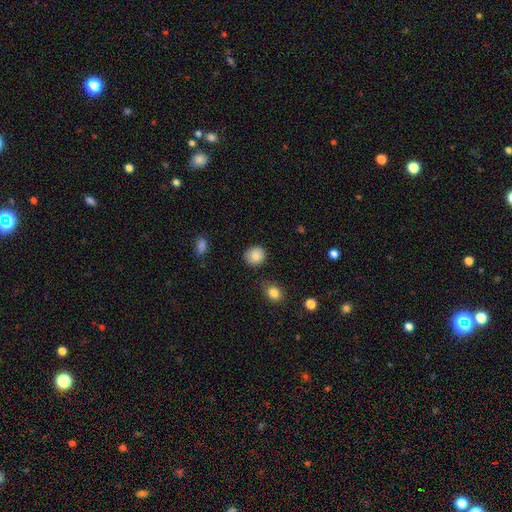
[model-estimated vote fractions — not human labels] Morphology: type=smooth (87%); roundness=round (86%); merging=none (86%).